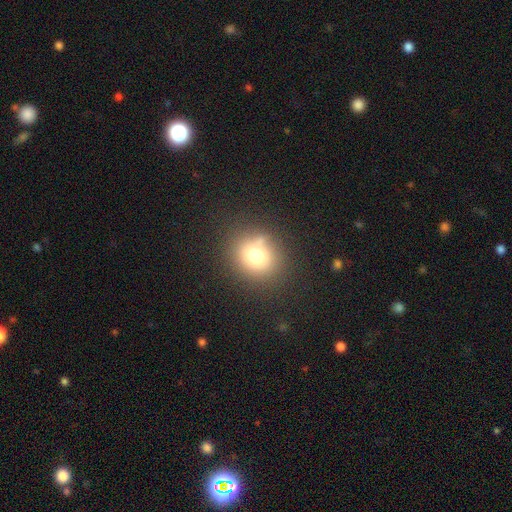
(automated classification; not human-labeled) Morphology: type=smooth (74%); roundness=round (78%); merging=none (77%).